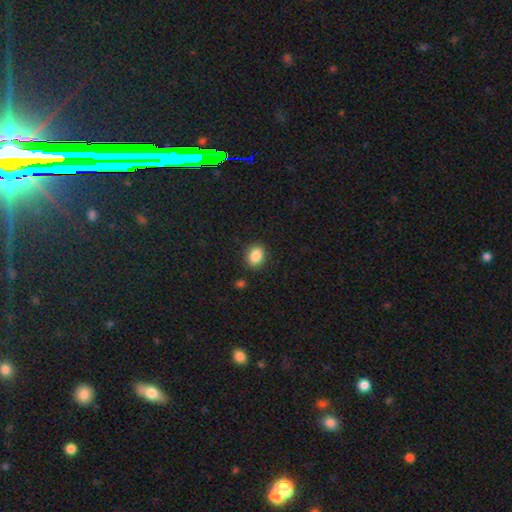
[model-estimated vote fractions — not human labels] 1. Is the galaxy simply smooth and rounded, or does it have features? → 87% smooth, 9% star or artifact, 5% featured or disk.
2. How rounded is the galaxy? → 61% in between, 38% round, 1% cigar-shaped.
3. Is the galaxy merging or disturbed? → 88% none, 8% minor disturbance, 2% major disturbance, 2% merger.